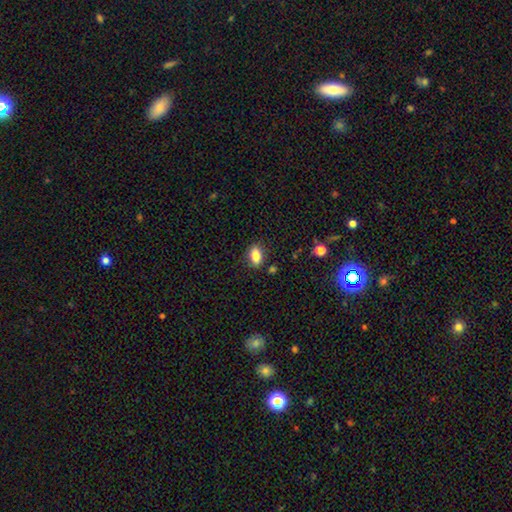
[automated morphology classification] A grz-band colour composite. It shows a smooth galaxy with no disk features (83%) that is in between round and cigar-shaped (87%). Merging: none (85%).